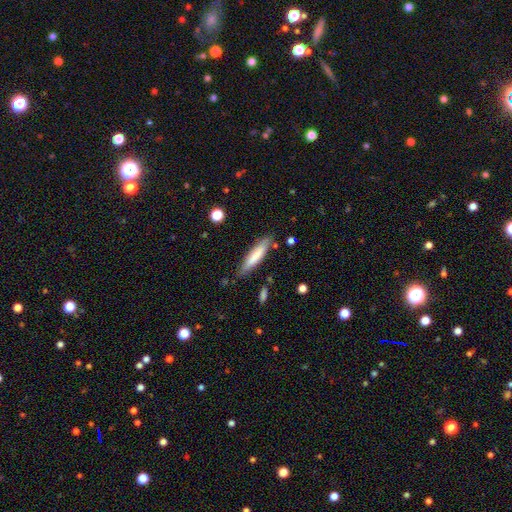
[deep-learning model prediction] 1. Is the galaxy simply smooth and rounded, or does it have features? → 75% smooth, 19% featured or disk, 6% star or artifact.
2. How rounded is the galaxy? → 82% cigar-shaped, 17% in between, 1% round.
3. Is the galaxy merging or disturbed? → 81% none, 13% minor disturbance, 3% major disturbance, 3% merger.